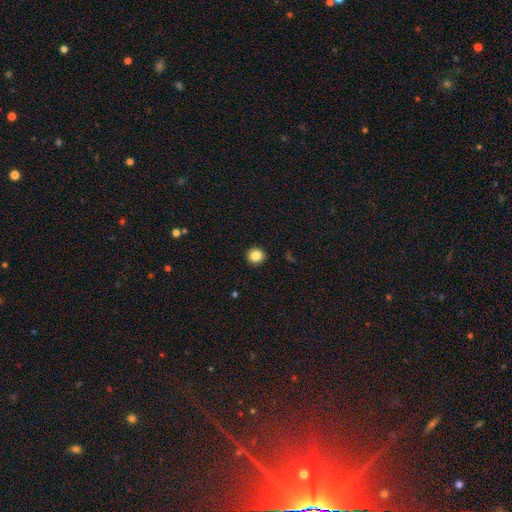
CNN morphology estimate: Overall: smooth (85%). How rounded: round (91%). Merging: none (93%).